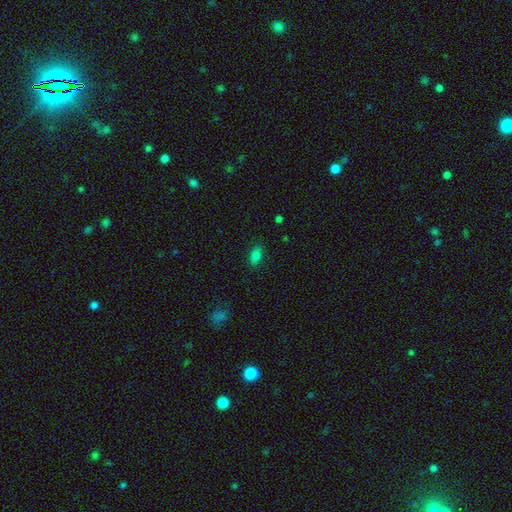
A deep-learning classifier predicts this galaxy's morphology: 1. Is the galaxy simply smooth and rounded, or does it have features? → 80% smooth, 13% star or artifact, 7% featured or disk.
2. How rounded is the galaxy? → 88% in between, 8% round, 4% cigar-shaped.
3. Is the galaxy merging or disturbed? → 85% none, 11% minor disturbance, 3% major disturbance, 1% merger.